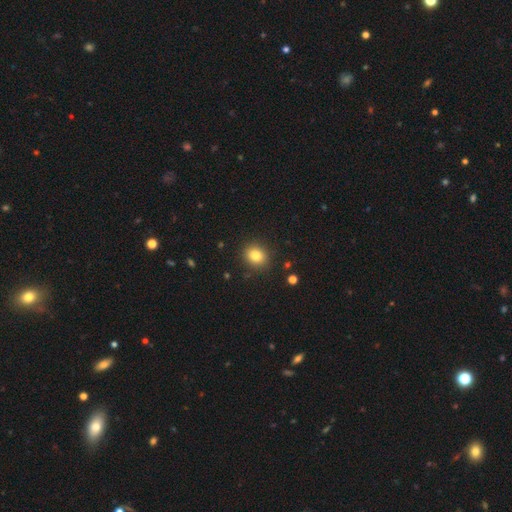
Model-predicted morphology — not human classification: Q: Smooth or featured?
A: smooth (82%); runner-up: star or artifact (11%)
Q: How rounded?
A: round (72%); runner-up: in between (27%)
Q: Merging?
A: none (89%); runner-up: minor disturbance (7%)